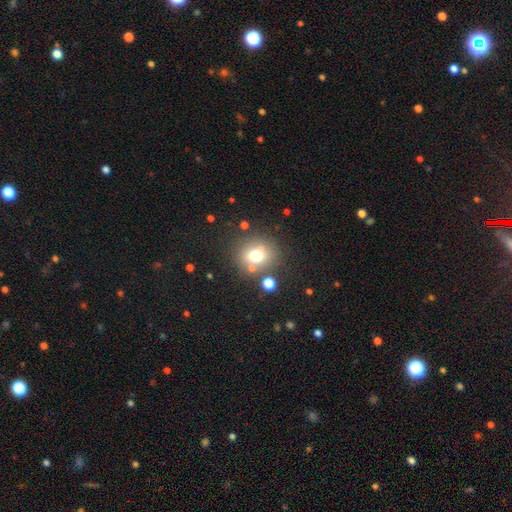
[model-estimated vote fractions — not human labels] Q: Smooth or featured?
A: smooth (67%); runner-up: featured or disk (17%)
Q: How rounded?
A: round (80%); runner-up: in between (19%)
Q: Merging?
A: none (73%); runner-up: minor disturbance (11%)